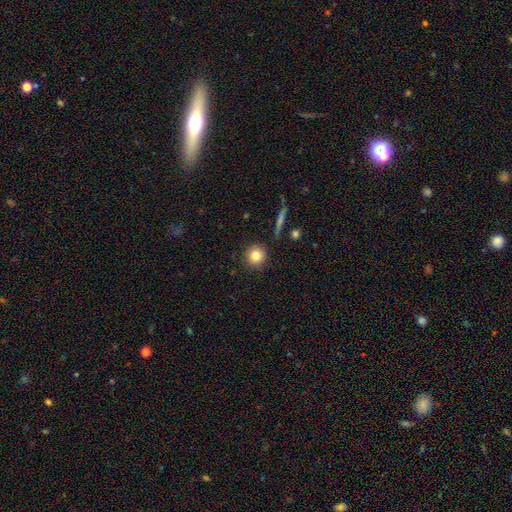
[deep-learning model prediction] This is clearly a smooth galaxy (81%). How rounded: clearly round (93%). Merging: clearly none (89%).